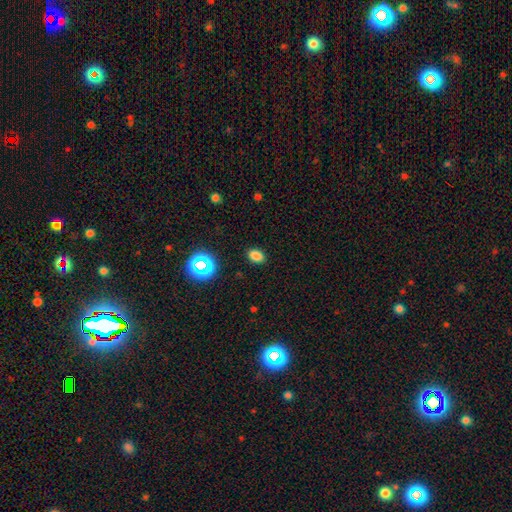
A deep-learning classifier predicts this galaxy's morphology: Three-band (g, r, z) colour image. It shows a smooth galaxy with no disk features (79%) that is in between round and cigar-shaped (79%). Merging: none (88%).